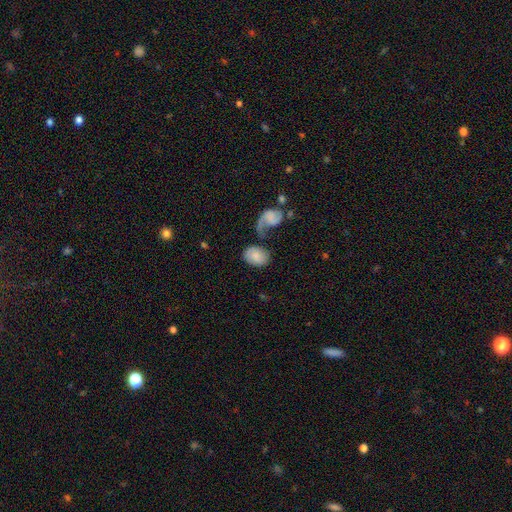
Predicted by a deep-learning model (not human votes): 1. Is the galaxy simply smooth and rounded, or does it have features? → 64% smooth, 29% featured or disk, 8% star or artifact.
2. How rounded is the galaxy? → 66% in between, 32% round, 1% cigar-shaped.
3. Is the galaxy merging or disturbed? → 36% none, 28% merger, 20% major disturbance, 16% minor disturbance.